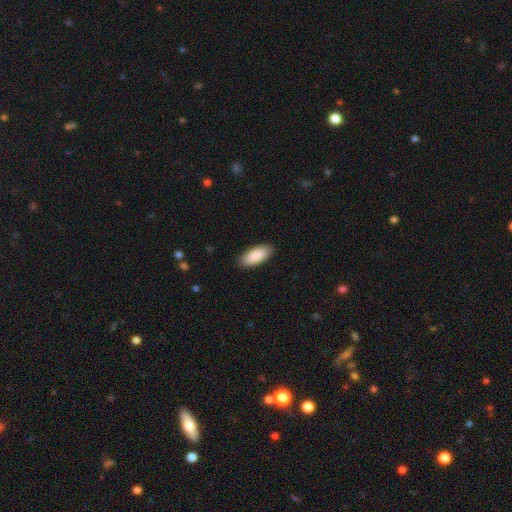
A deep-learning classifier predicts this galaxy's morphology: smooth 90%, star or artifact 5%, featured or disk 5%. Down the decision tree: how rounded — in between (86%); merging — none (89%).